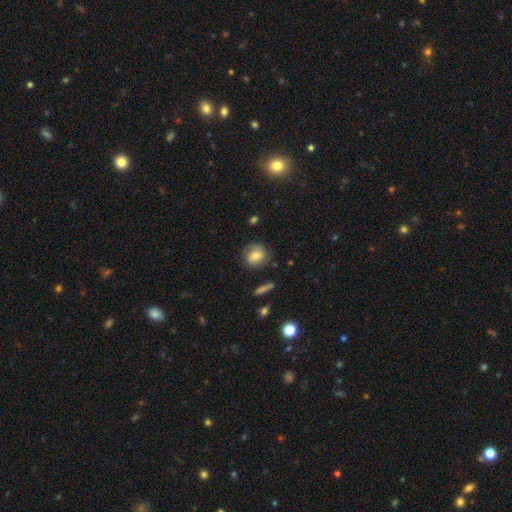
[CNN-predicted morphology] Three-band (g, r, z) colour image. It shows a smooth galaxy with no disk features (51%) that is round (72%). Merging: none (72%).